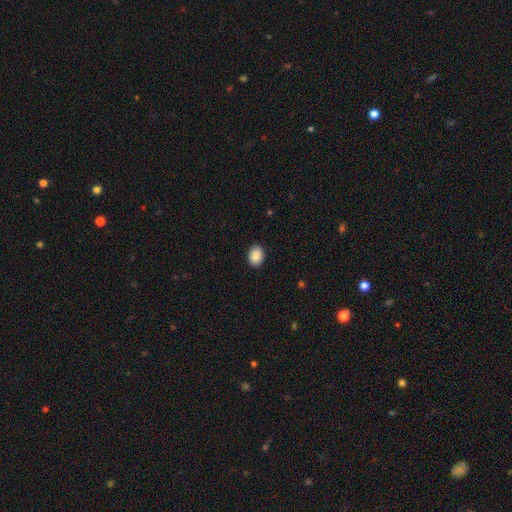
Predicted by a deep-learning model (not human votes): Smooth or featured? Predicted: smooth (p=0.90). How rounded? Predicted: in between (p=0.58). Merging? Predicted: none (p=0.91).